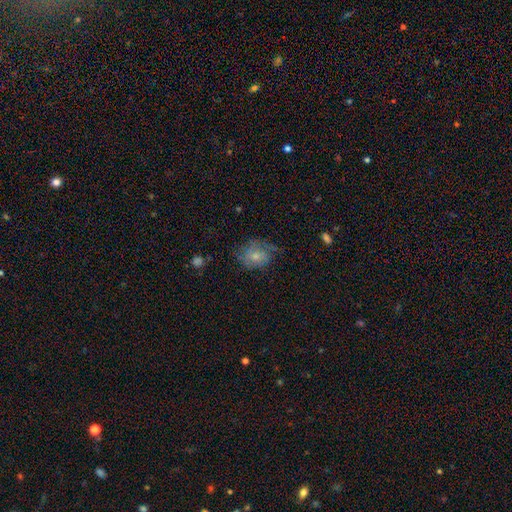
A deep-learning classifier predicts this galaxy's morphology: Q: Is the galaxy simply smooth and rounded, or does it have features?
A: smooth — 61%.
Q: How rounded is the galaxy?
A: round — 53%.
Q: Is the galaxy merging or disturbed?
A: none — 49%.